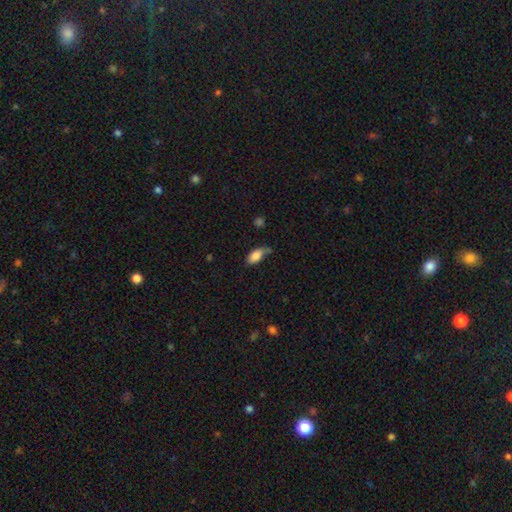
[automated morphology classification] Smooth or featured? smooth (81%)
How rounded? in between (89%)
Merging? none (45%)